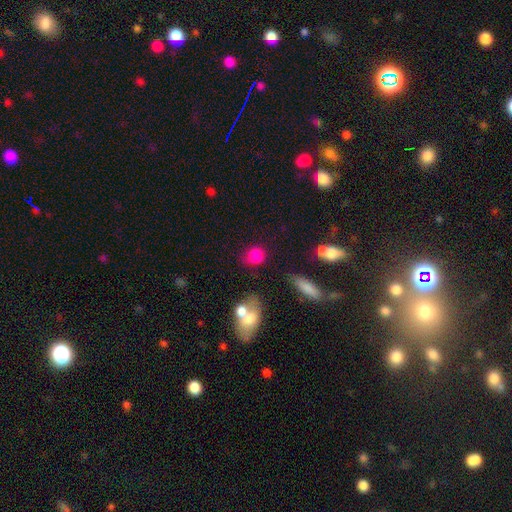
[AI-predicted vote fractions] Smooth or featured?
  - smooth: 81% *
  - star or artifact: 11%
  - featured or disk: 8%
How rounded?
  - round: 69% *
  - in between: 29%
  - cigar-shaped: 2%
Merging?
  - none: 61% *
  - minor disturbance: 22%
  - merger: 9%
  - major disturbance: 8%